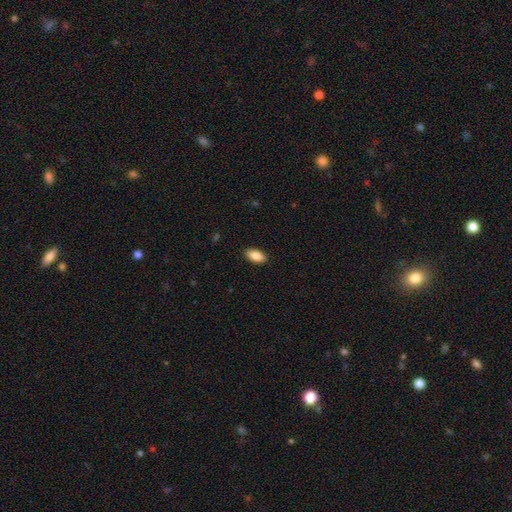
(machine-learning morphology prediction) The model was most divided on "smooth or featured": smooth: 86%, featured or disk: 7%, star or artifact: 7%. More confident: how rounded — in between (91%); merging — none (90%).